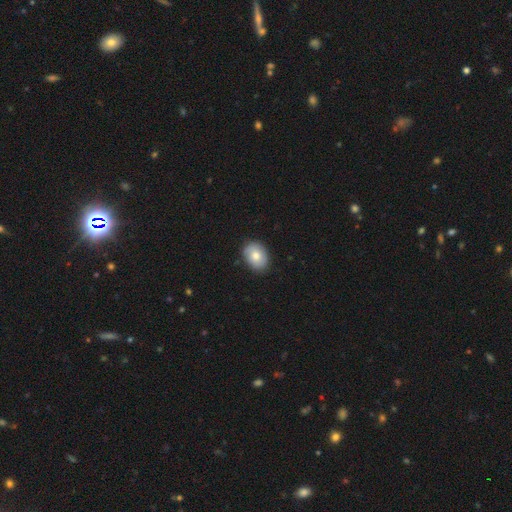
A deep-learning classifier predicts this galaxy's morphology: Smooth or featured: smooth — 76% (featured or disk — 16%)
How rounded: in between — 64% (round — 35%)
Merging: none — 85% (minor disturbance — 12%)